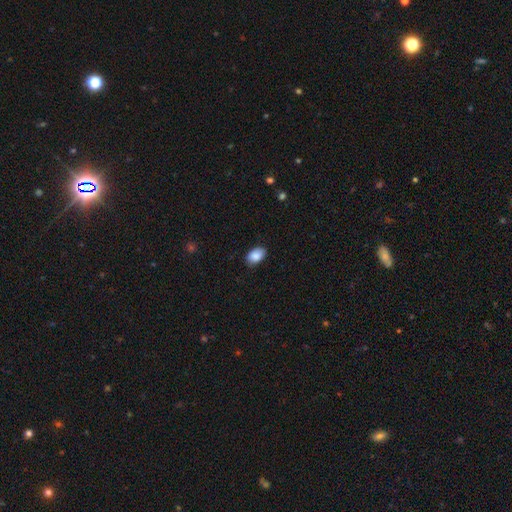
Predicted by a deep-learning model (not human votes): smooth 89%, star or artifact 7%, featured or disk 4%. Down the decision tree: how rounded — in between (89%); merging — none (83%).